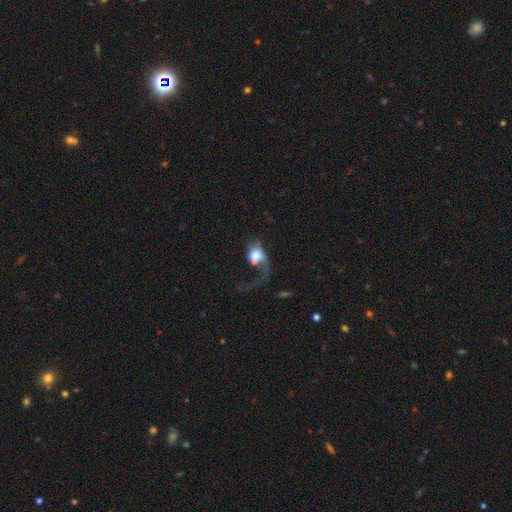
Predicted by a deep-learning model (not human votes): Overall: smooth (50%; featured or disk 41%). How rounded: in between (51%; round 47%). Merging: major disturbance (59%).